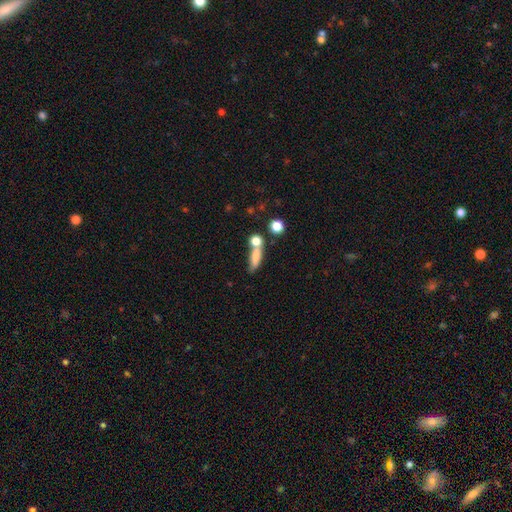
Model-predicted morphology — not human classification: smooth-or-featured: smooth: 76% | featured or disk: 14% | star or artifact: 10%
  how-rounded: cigar-shaped: 45% | in between: 43% | round: 12%
  merging: none: 47% | merger: 30% | minor disturbance: 15% | major disturbance: 8%